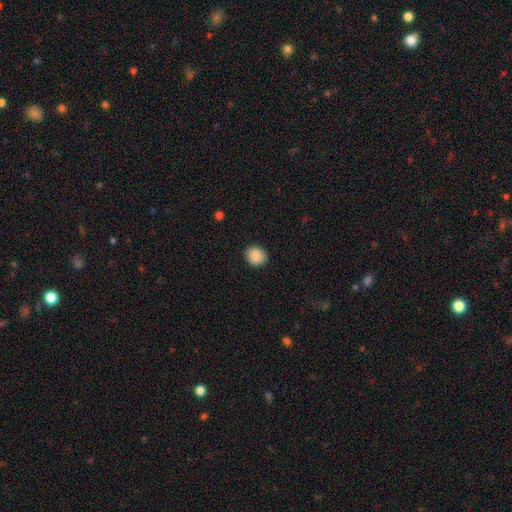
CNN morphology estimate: Smooth or featured: smooth — 88% (star or artifact — 8%)
How rounded: round — 74% (in between — 25%)
Merging: none — 90% (minor disturbance — 8%)